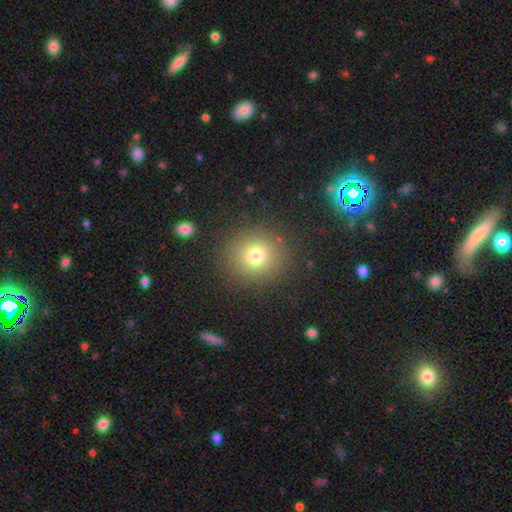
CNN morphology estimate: This is likely a smooth galaxy (75%). How rounded: clearly round (91%). Merging: clearly none (88%).